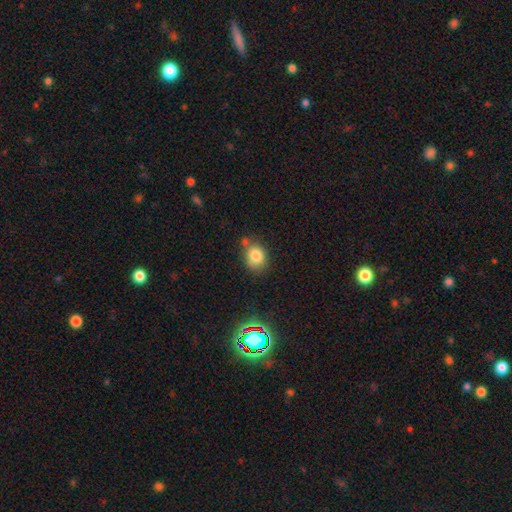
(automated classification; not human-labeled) This is clearly a smooth galaxy (81%). How rounded: possibly in between (51%). Merging: likely none (65%).